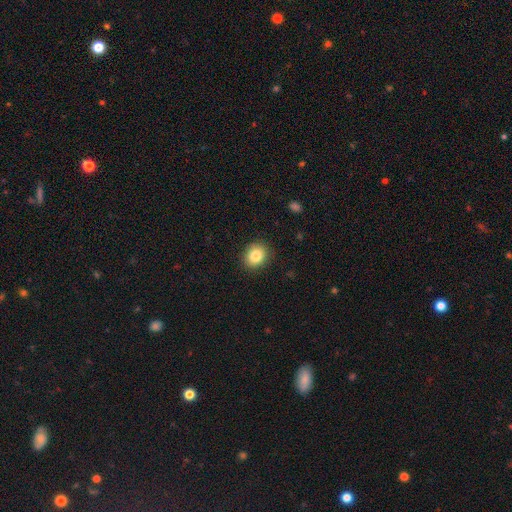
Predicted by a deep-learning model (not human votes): This is clearly a smooth galaxy (85%). How rounded: likely round (66%). Merging: clearly none (89%).